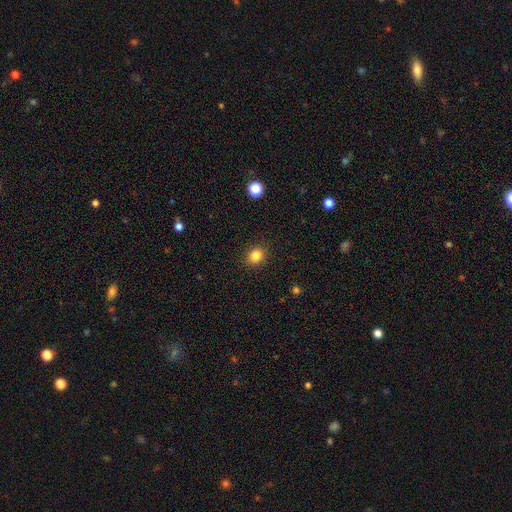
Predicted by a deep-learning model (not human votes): This appears to be a smooth galaxy with no disk features (84%) that is round (63%). Merging: none (89%).